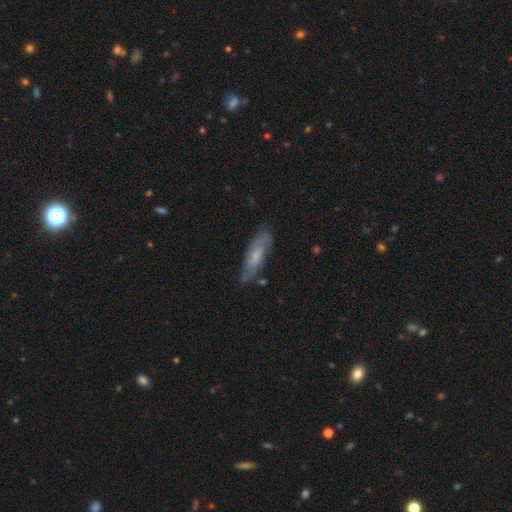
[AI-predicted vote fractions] Smooth or featured?
  - featured or disk: 48% *
  - smooth: 45%
  - star or artifact: 7%
Merging?
  - none: 73% *
  - minor disturbance: 20%
  - major disturbance: 5%
  - merger: 2%